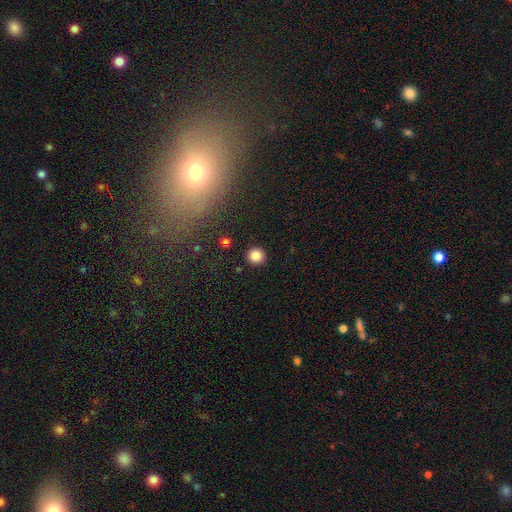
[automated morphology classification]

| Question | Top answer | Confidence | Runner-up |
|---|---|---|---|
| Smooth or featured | smooth | 85% | star or artifact (11%) |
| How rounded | round | 94% | in between (5%) |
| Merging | none | 91% | minor disturbance (5%) |